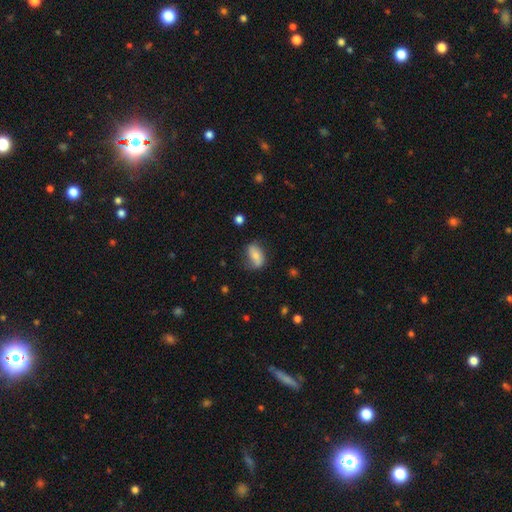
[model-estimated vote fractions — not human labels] smooth 66%, featured or disk 26%, star or artifact 8%. Down the decision tree: how rounded — in between (88%); merging — none (59%).